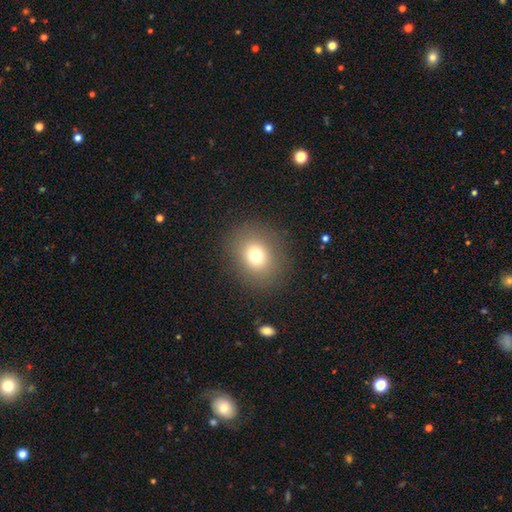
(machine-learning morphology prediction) A smooth galaxy with no disk features (74%) that is round (70%). Merging: none (87%).